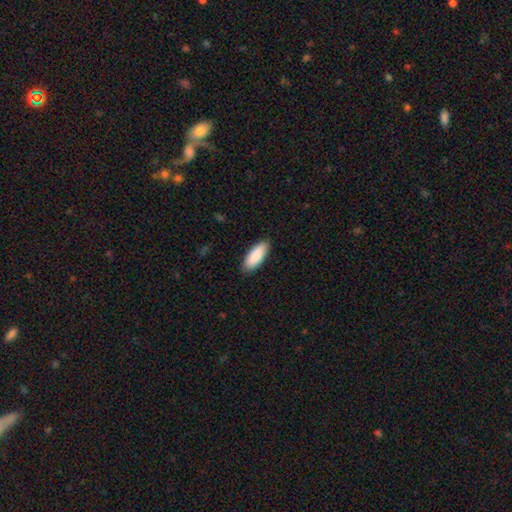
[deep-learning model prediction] A smooth galaxy with no disk features (90%) that is in between round and cigar-shaped (77%). Merging: none (88%).